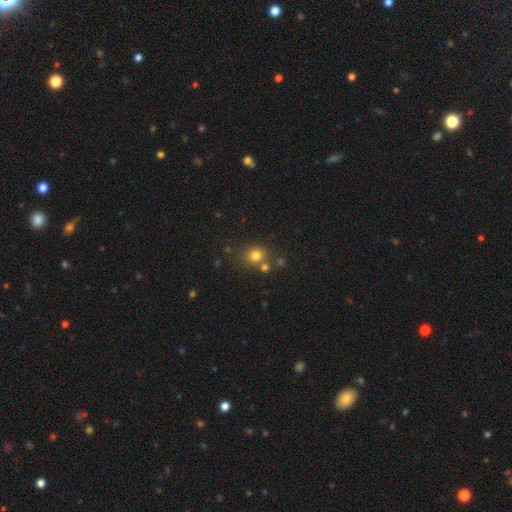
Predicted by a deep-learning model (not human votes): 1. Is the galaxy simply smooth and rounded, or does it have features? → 76% smooth, 16% star or artifact, 8% featured or disk.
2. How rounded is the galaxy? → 84% round, 16% in between, 1% cigar-shaped.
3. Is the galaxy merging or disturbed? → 69% none, 18% merger, 10% minor disturbance, 4% major disturbance.